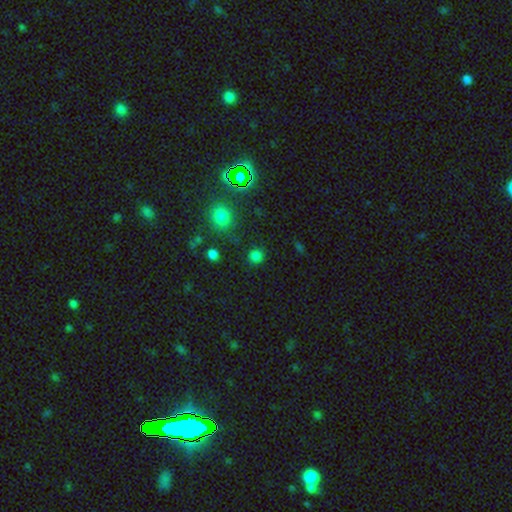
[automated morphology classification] A smooth galaxy with no disk features (74%) that is round (89%).

Vote fractions:
- Smooth or featured? smooth: 74% / star or artifact: 21% / featured or disk: 4%
- How rounded? round: 89% / in between: 10% / cigar-shaped: 1%
- Merging? none: 84% / minor disturbance: 9% / major disturbance: 4% / merger: 3%